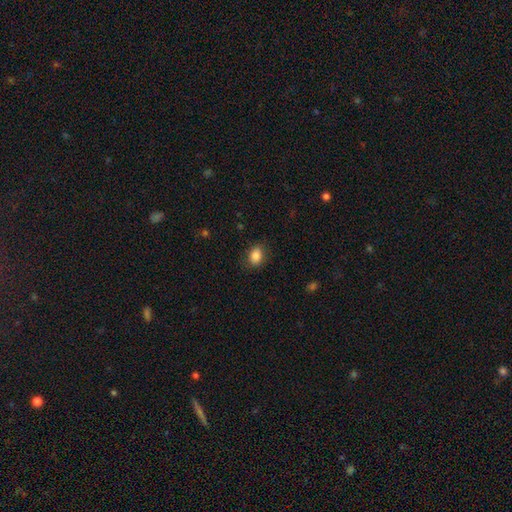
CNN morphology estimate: Smooth or featured? smooth (86%)
How rounded? in between (74%)
Merging? none (82%)